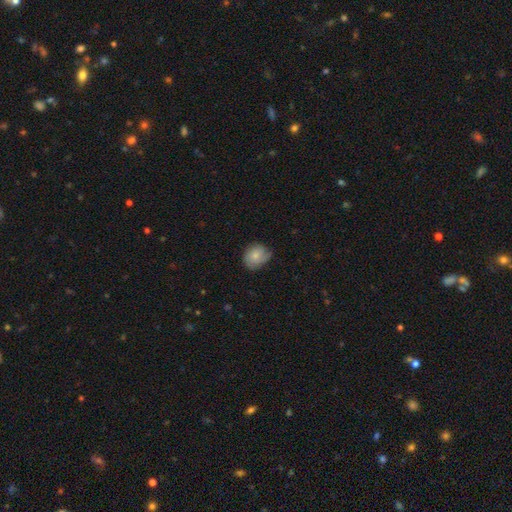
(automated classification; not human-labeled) The model was most divided on "how rounded": round: 58%, in between: 41%, cigar-shaped: 1%. More confident: smooth or featured — smooth (67%); merging — none (58%).